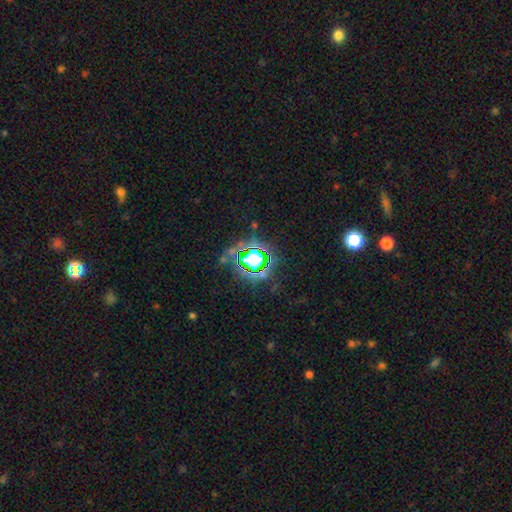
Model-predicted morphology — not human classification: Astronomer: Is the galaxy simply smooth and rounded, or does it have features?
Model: star or artifact — 75%.